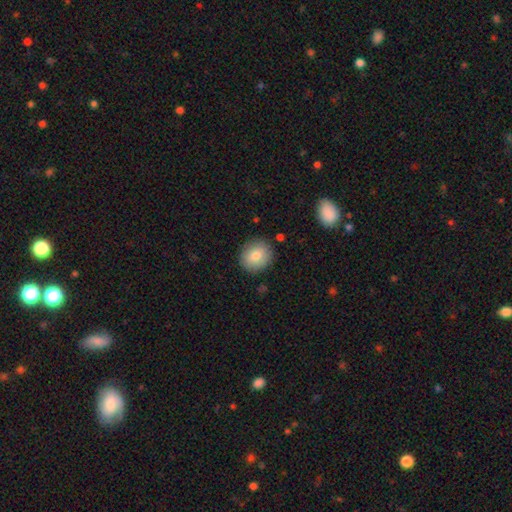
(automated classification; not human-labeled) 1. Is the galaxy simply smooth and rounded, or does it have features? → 81% smooth, 11% featured or disk, 8% star or artifact.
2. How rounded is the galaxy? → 79% round, 20% in between, 1% cigar-shaped.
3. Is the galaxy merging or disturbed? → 87% none, 9% minor disturbance, 2% major disturbance, 2% merger.